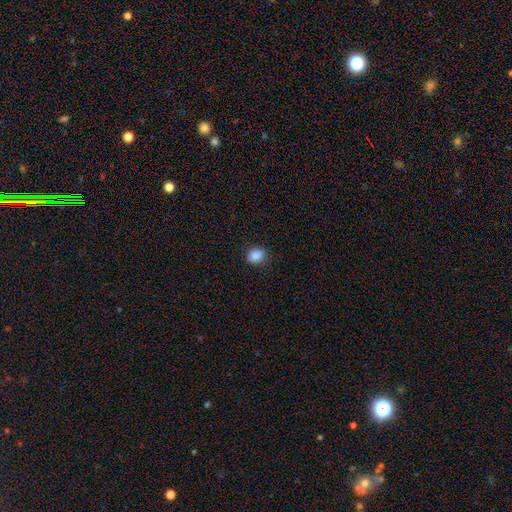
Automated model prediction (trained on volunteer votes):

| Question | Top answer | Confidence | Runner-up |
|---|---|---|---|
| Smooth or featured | smooth | 88% | star or artifact (10%) |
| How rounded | round | 52% | in between (47%) |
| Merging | none | 87% | minor disturbance (9%) |